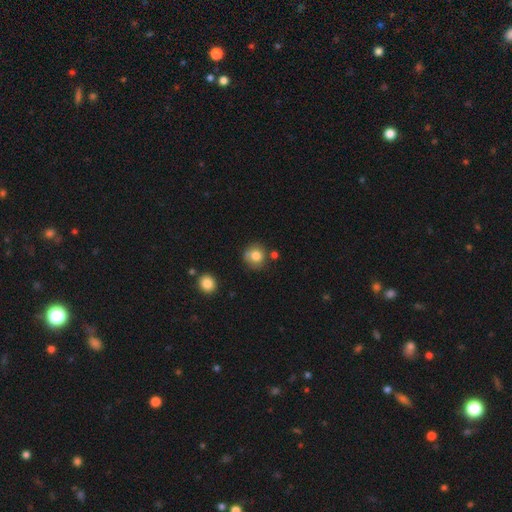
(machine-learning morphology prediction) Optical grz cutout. It shows a smooth galaxy with no disk features (79%) that is round (89%). Merging: none (73%).